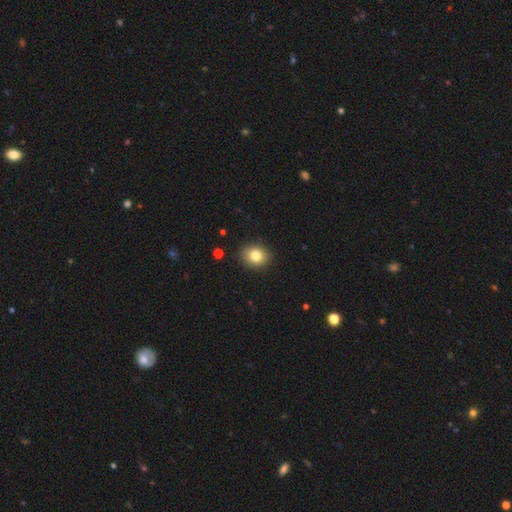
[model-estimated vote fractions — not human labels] smooth 81%, star or artifact 10%, featured or disk 9%. Down the decision tree: how rounded — round (51%); merging — none (89%).